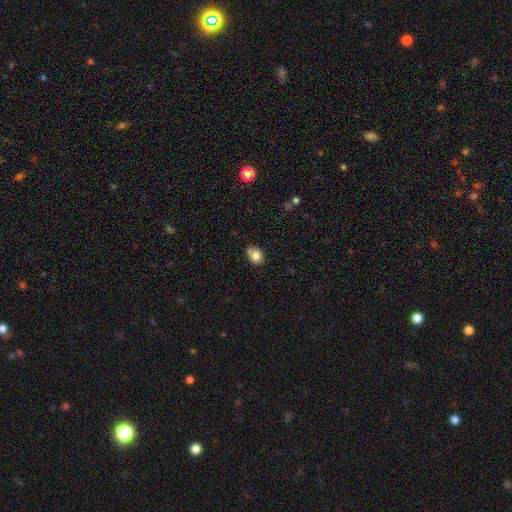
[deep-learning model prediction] This appears to be a smooth galaxy with no disk features (82%) that is in between round and cigar-shaped (53%). Merging: none (68%).